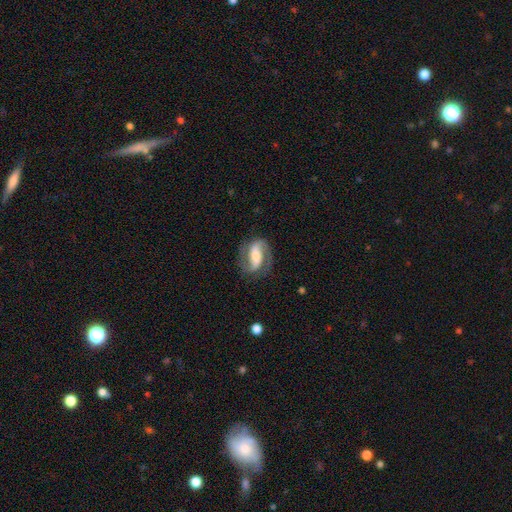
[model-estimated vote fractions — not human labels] Overall: featured or disk (80%). Edge-on disk: no (96%). Bar: strong (48%; weak 31%). Spiral arms: yes (94%). Spiral arm count: 2 (90%). Spiral winding: medium (48%; loose 28%). Bulge size: moderate (40%; small 26%). Merging: none (78%).